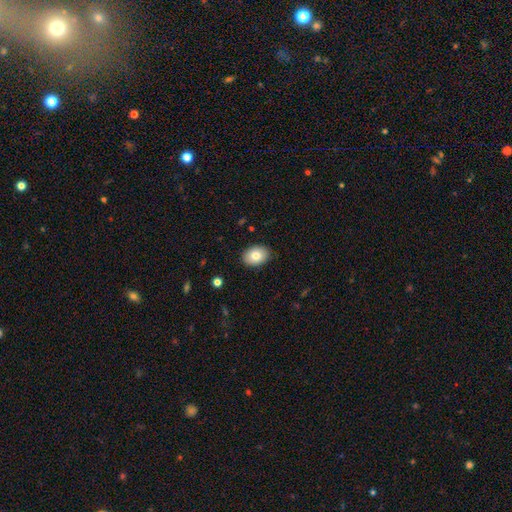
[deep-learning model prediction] The model was most divided on "how rounded": in between: 78%, round: 21%, cigar-shaped: 1%. More confident: merging — none (88%); smooth or featured — smooth (81%).